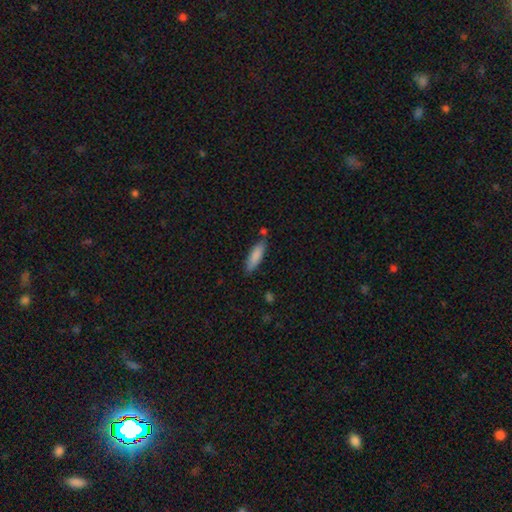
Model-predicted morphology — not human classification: This is clearly a smooth galaxy (85%). How rounded: possibly cigar-shaped (53%). Merging: likely none (72%).